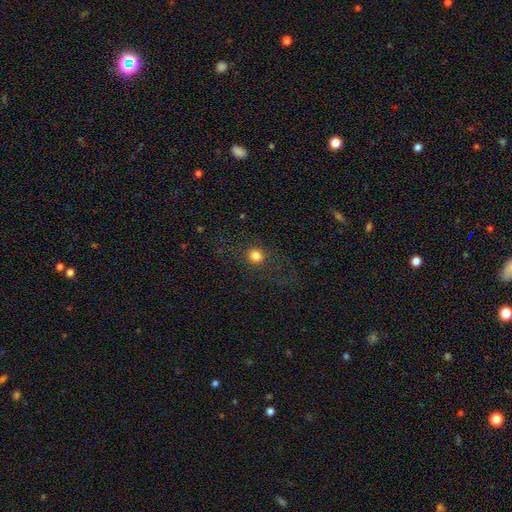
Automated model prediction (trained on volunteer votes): Smooth or featured: smooth — 75% (star or artifact — 16%)
How rounded: round — 90% (in between — 9%)
Merging: none — 80% (minor disturbance — 9%)